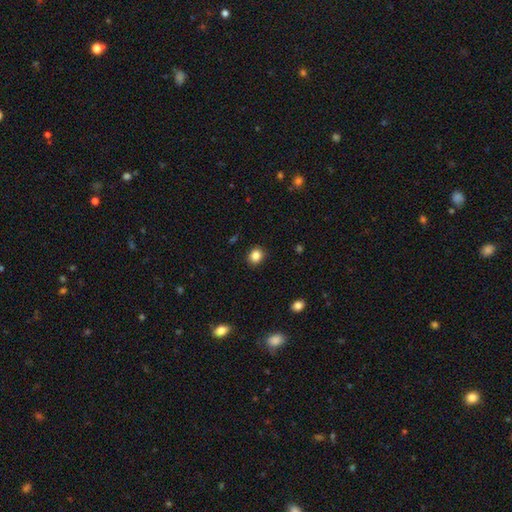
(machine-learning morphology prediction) A smooth galaxy with no disk features (85%) that is round (77%).

Vote fractions:
- Smooth or featured? smooth: 85% / star or artifact: 11% / featured or disk: 5%
- How rounded? round: 77% / in between: 22% / cigar-shaped: 1%
- Merging? none: 90% / minor disturbance: 7% / major disturbance: 2% / merger: 1%